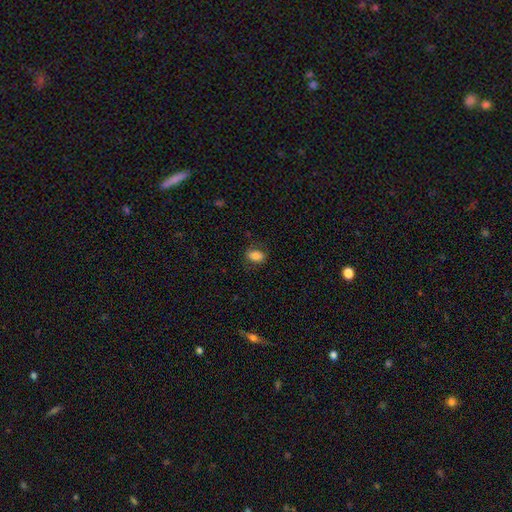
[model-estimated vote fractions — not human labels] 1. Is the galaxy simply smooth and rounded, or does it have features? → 84% smooth, 9% star or artifact, 7% featured or disk.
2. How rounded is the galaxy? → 81% in between, 18% round, 2% cigar-shaped.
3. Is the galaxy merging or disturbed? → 77% none, 16% minor disturbance, 5% major disturbance, 1% merger.